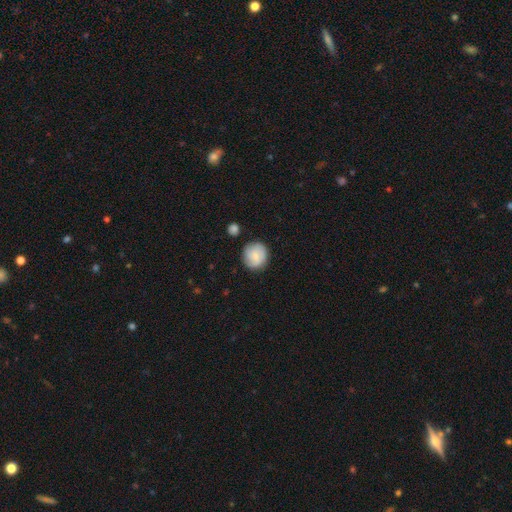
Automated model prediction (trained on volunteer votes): smooth_or_featured: smooth (p=0.67) [alt: featured or disk p=0.26]
how_rounded: round (p=0.88) [alt: in between p=0.11]
merging: none (p=0.79) [alt: minor disturbance p=0.14]